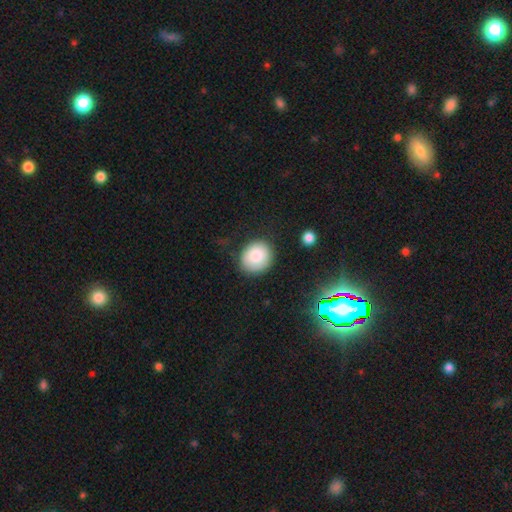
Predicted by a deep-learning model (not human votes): The model was most divided on "how rounded": round: 73%, in between: 26%, cigar-shaped: 1%. More confident: smooth or featured — smooth (83%); merging — none (80%).